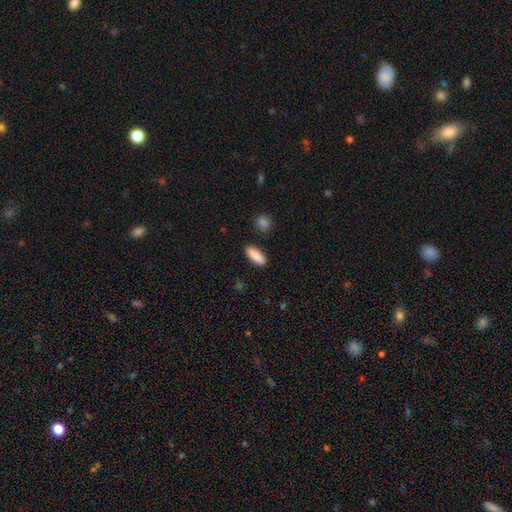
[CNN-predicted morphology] Smooth or featured? Predicted: smooth (p=0.88). How rounded? Predicted: in between (p=0.62). Merging? Predicted: none (p=0.89).